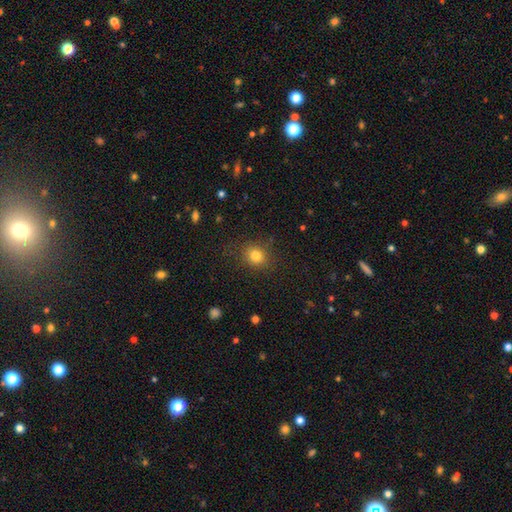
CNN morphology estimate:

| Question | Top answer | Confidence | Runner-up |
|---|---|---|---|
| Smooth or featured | smooth | 80% | star or artifact (13%) |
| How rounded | round | 72% | in between (27%) |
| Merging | none | 84% | minor disturbance (10%) |